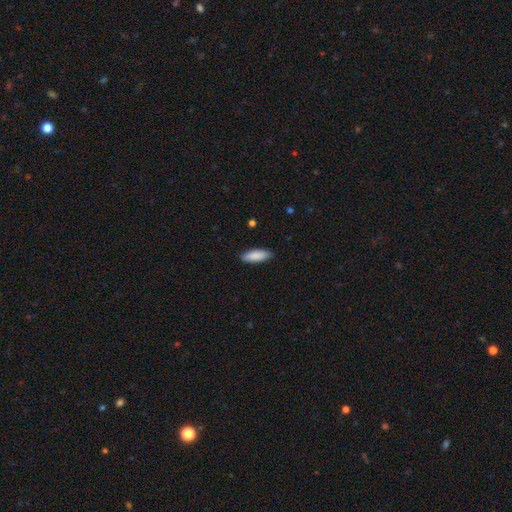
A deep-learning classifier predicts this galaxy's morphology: type=smooth (89%); roundness=in between (67%); merging=none (87%).